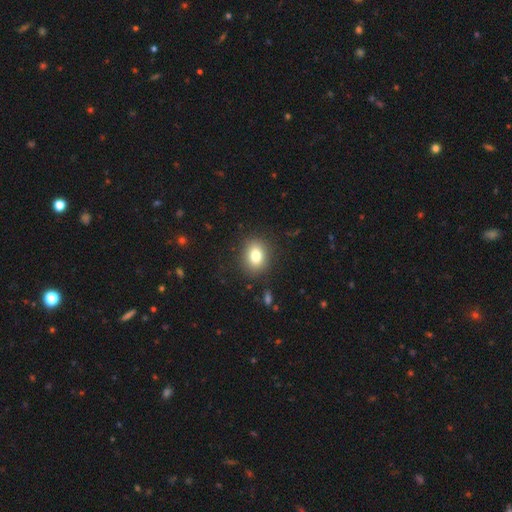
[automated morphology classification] This appears to be a smooth galaxy with no disk features (80%) that is in between round and cigar-shaped (50%). Merging: none (87%).